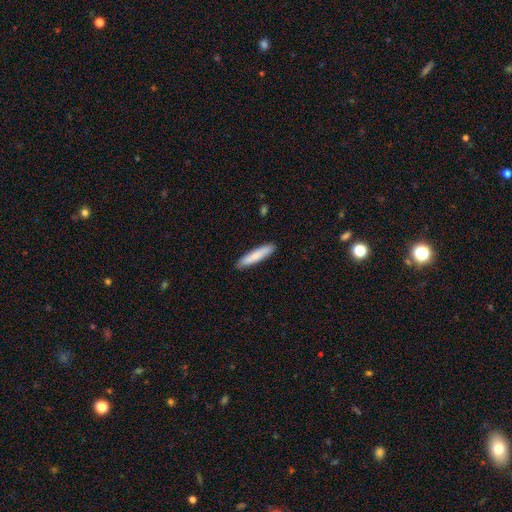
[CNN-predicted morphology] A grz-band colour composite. It shows a smooth galaxy with no disk features (79%) that is cigar-shaped (87%). Merging: none (89%).